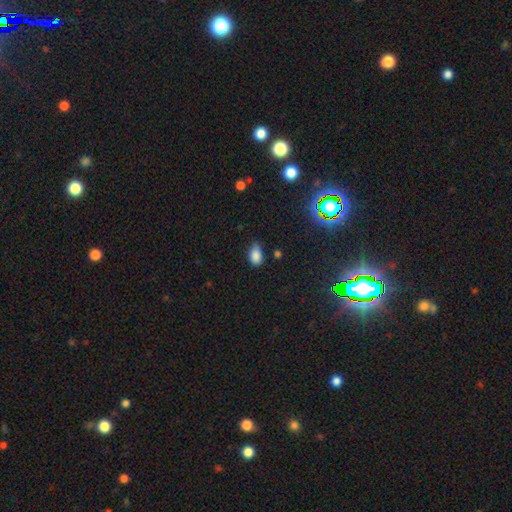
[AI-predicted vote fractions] Smooth or featured: smooth — 83% (star or artifact — 12%)
How rounded: in between — 85% (round — 14%)
Merging: none — 59% (minor disturbance — 33%)